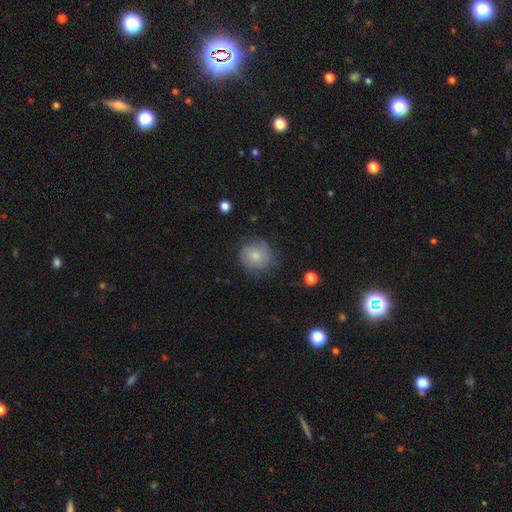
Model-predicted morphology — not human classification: Smooth or featured? Predicted: smooth (p=0.72). How rounded? Predicted: round (p=0.87). Merging? Predicted: none (p=0.72).